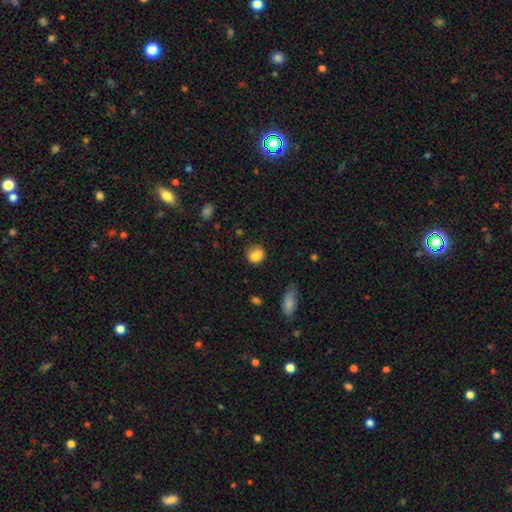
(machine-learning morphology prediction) This is clearly a smooth galaxy (85%). How rounded: likely round (69%). Merging: likely none (78%).